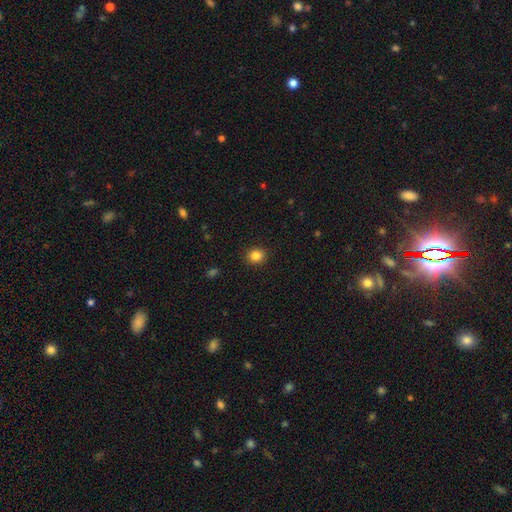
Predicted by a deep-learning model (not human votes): Smooth or featured?
  - smooth: 85% *
  - star or artifact: 11%
  - featured or disk: 4%
How rounded?
  - round: 78% *
  - in between: 21%
  - cigar-shaped: 1%
Merging?
  - none: 91% *
  - minor disturbance: 6%
  - major disturbance: 2%
  - merger: 1%